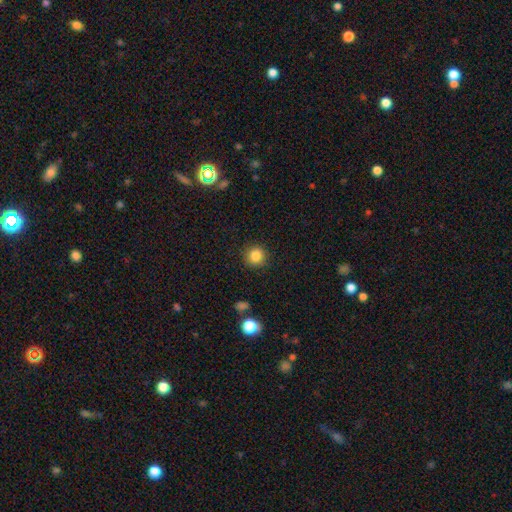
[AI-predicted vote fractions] Overall: smooth (84%). How rounded: round (92%). Merging: none (90%).